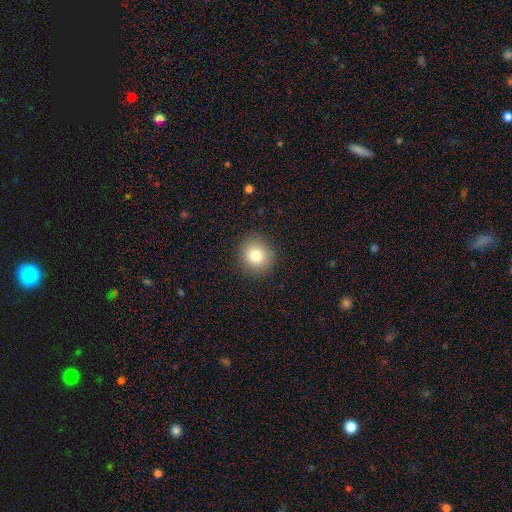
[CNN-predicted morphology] This is clearly a smooth galaxy (80%). How rounded: clearly round (87%). Merging: clearly none (89%).